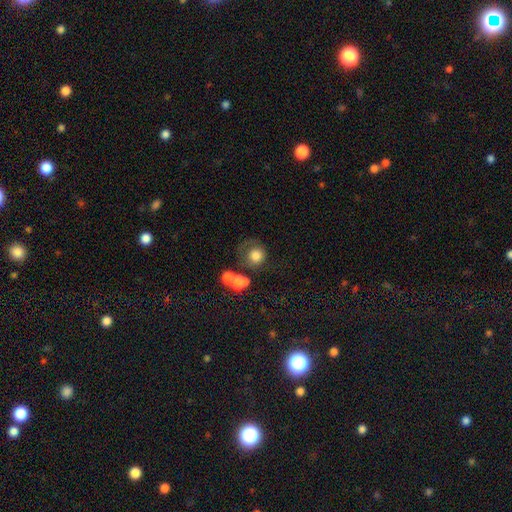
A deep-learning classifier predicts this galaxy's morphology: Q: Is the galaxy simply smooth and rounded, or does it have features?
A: smooth — 73%.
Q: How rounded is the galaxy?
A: round — 83%.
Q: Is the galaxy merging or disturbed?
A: none — 42%.